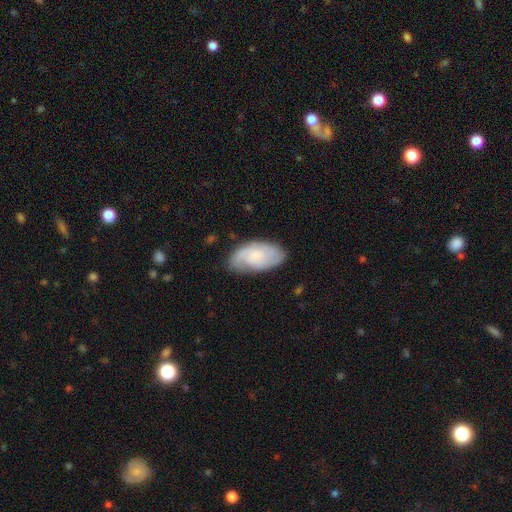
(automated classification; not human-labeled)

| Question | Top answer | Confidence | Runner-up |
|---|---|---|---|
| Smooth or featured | smooth | 47% | tied: featured or disk (47%) |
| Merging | none | 73% | minor disturbance (20%) |